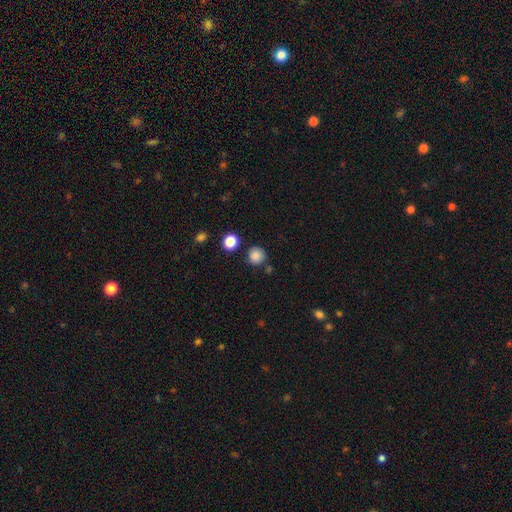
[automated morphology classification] Smooth or featured? smooth (85%)
How rounded? round (93%)
Merging? none (83%)